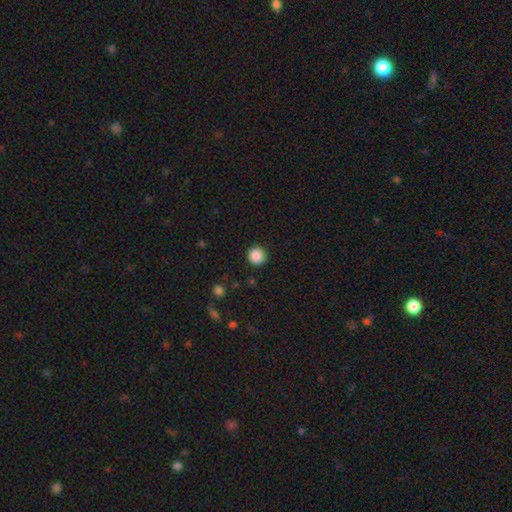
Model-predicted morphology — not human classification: smooth_or_featured: smooth (p=0.88) [alt: star or artifact p=0.10]
how_rounded: round (p=0.95) [alt: in between p=0.04]
merging: none (p=0.91) [alt: minor disturbance p=0.06]